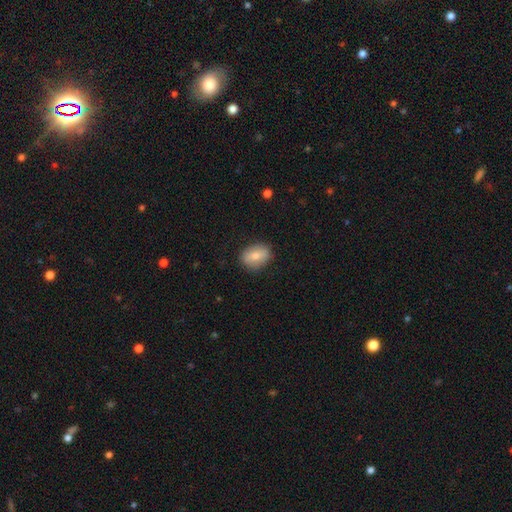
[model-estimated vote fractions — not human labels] A smooth galaxy with no disk features (74%) that is in between round and cigar-shaped (70%). Merging: none (84%).